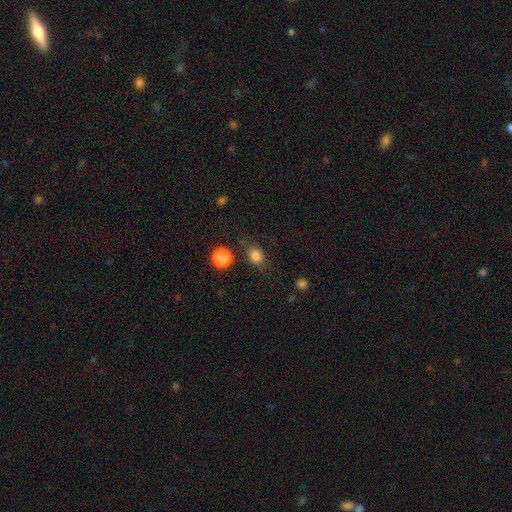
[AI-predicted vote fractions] A smooth galaxy with no disk features (82%) that is in between round and cigar-shaped (49%, tied with round). Merging: none (73%).